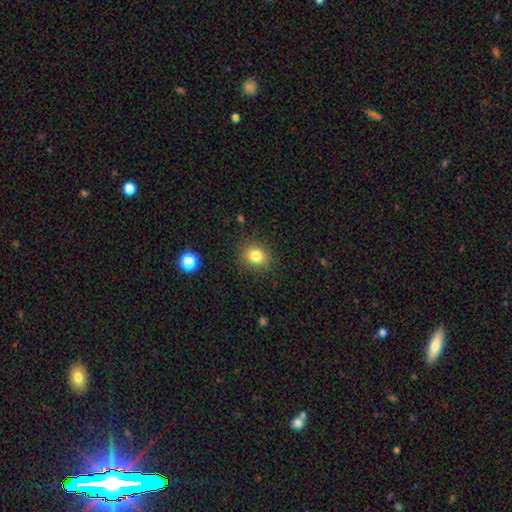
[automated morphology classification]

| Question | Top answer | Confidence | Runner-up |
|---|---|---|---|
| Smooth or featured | smooth | 82% | star or artifact (11%) |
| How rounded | round | 61% | in between (38%) |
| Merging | none | 86% | minor disturbance (9%) |